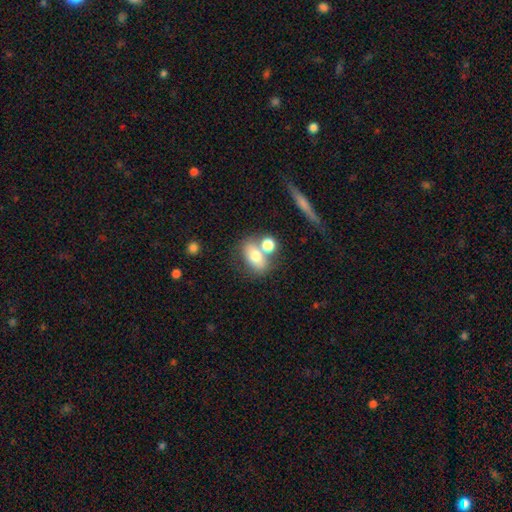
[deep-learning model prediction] Smooth or featured: smooth — 72% (featured or disk — 18%)
How rounded: in between — 74% (round — 23%)
Merging: none — 46% (merger — 37%)